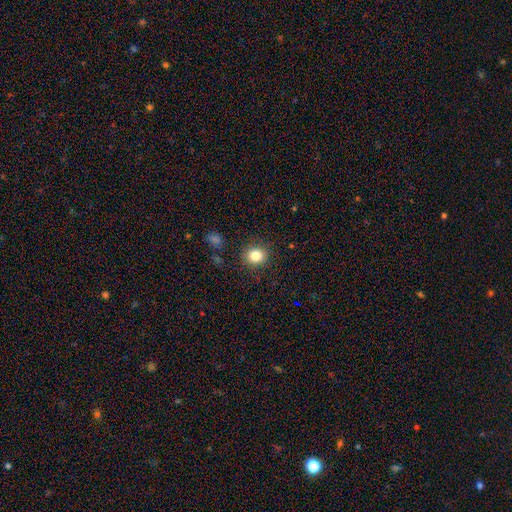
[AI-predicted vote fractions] Smooth or featured? smooth (84%)
How rounded? round (75%)
Merging? none (87%)